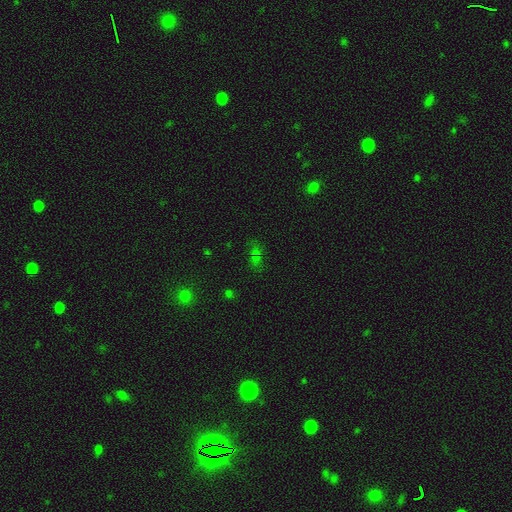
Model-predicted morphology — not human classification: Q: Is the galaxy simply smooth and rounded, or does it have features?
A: smooth — 50%.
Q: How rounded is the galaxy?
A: in between — 74%.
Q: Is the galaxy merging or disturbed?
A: none — 65%.